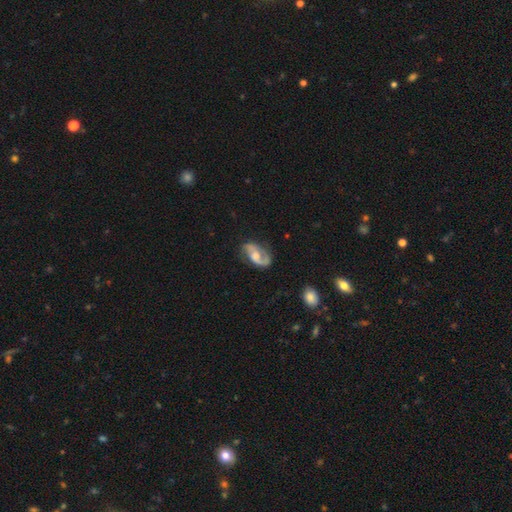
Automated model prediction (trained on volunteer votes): smooth-or-featured: featured or disk: 83% | smooth: 11% | star or artifact: 5%
  disk-edge-on: no: 97% | yes: 3%
    bar: no: 48% | weak: 40% | strong: 11%
    has-spiral-arms: yes: 95% | no: 5%
      spiral-winding: medium: 46% | loose: 41% | tight: 13%
      spiral-arm-count: 2: 89% | 1: 5% | can't tell: 3% | 3: 1% | 4: 1% | more than 4: 1%
    bulge-size: moderate: 53% | small: 21% | large: 16% | none: 9% | dominant: 2%
  merging: none: 71% | minor disturbance: 18% | major disturbance: 9% | merger: 2%